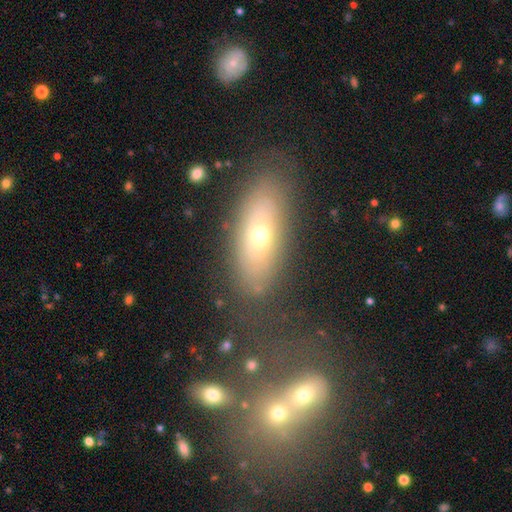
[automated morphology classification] Q: Smooth or featured?
A: smooth (53%); runner-up: featured or disk (36%)
Q: How rounded?
A: in between (71%); runner-up: cigar-shaped (23%)
Q: Merging?
A: none (76%); runner-up: minor disturbance (13%)